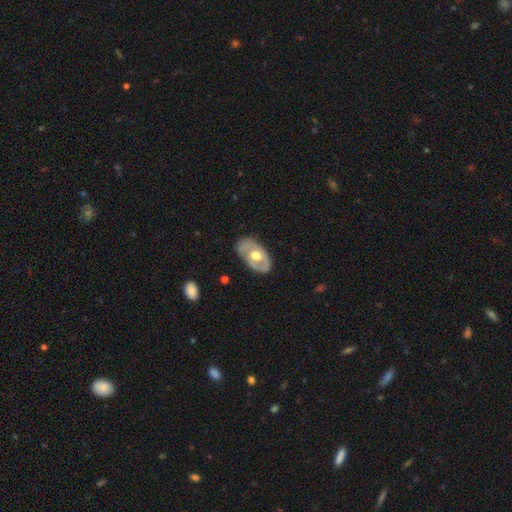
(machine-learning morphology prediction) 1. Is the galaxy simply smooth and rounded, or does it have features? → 61% featured or disk, 35% smooth, 5% star or artifact.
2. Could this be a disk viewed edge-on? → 89% no, 11% yes.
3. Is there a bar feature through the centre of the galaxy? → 83% no, 14% weak, 3% strong.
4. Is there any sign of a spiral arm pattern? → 71% no, 29% yes.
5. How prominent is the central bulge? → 66% moderate, 27% large, 5% small, 1% dominant, 1% none.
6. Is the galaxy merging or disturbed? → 72% none, 21% minor disturbance, 6% major disturbance, 1% merger.